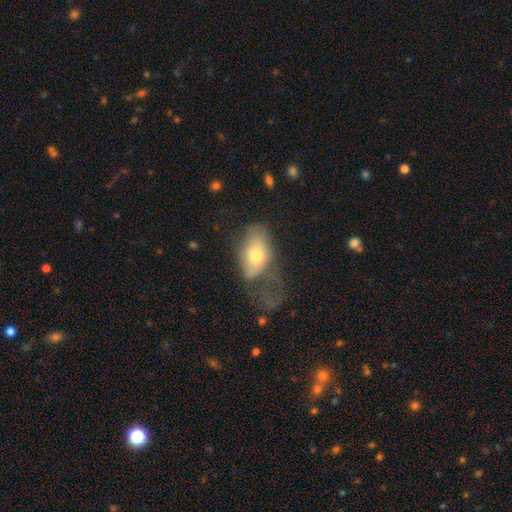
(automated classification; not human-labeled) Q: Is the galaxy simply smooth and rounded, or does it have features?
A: smooth — 65%.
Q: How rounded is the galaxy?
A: in between — 88%.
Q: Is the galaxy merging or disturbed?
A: major disturbance — 46%.